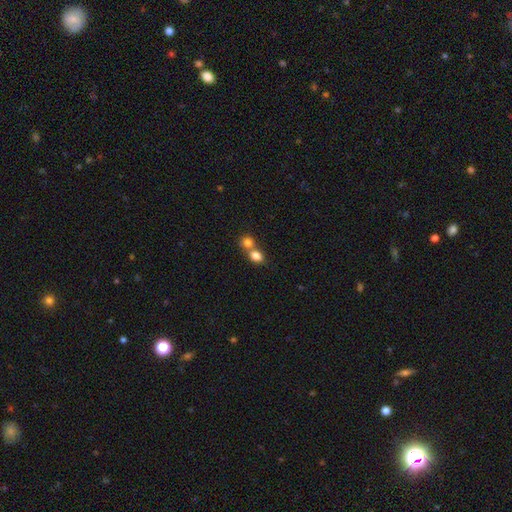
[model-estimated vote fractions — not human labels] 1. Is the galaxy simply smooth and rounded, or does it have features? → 80% smooth, 10% star or artifact, 10% featured or disk.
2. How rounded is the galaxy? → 49% in between (tied), 49% round (tied), 1% cigar-shaped.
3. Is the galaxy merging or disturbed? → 57% merger, 33% none, 7% minor disturbance, 3% major disturbance.